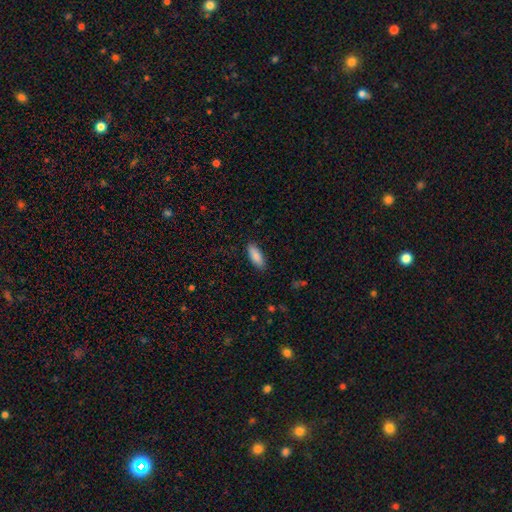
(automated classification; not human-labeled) Smooth or featured?
  - smooth: 86% *
  - featured or disk: 8%
  - star or artifact: 6%
How rounded?
  - in between: 65% *
  - cigar-shaped: 33%
  - round: 2%
Merging?
  - none: 88% *
  - minor disturbance: 9%
  - major disturbance: 2%
  - merger: 1%